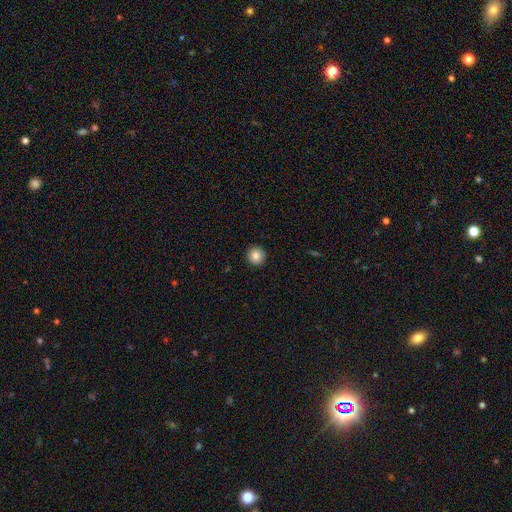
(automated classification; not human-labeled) The model was most divided on "smooth or featured": smooth: 84%, star or artifact: 9%, featured or disk: 7%. More confident: how rounded — round (94%); merging — none (93%).